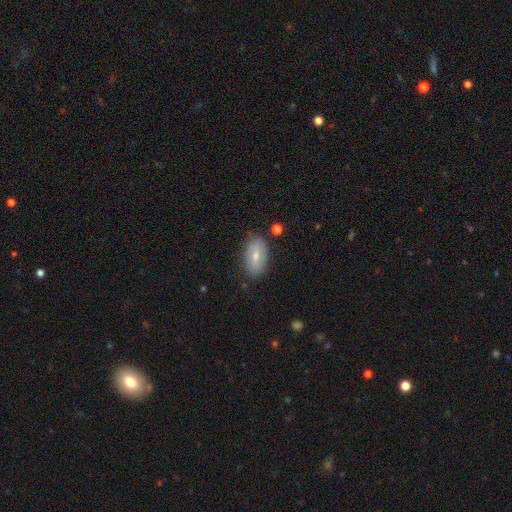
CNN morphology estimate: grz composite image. It shows a smooth galaxy with no disk features (65%) that is in between round and cigar-shaped (93%). Merging: none (80%).